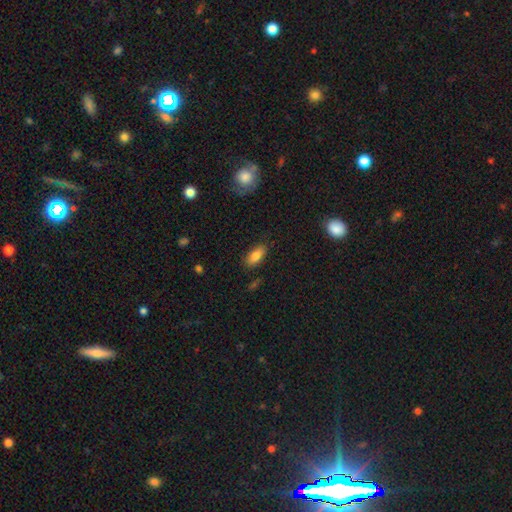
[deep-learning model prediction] Smooth or featured: smooth — 82% (featured or disk — 10%)
How rounded: in between — 86% (cigar-shaped — 11%)
Merging: none — 84% (minor disturbance — 12%)